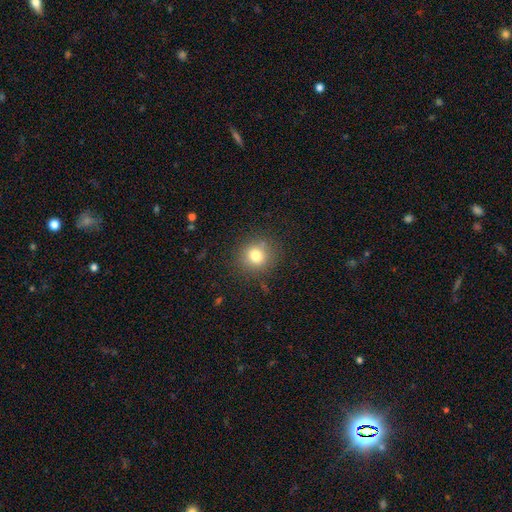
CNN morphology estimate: Smooth or featured?
  - smooth: 78% *
  - star or artifact: 13%
  - featured or disk: 9%
How rounded?
  - round: 88% *
  - in between: 11%
  - cigar-shaped: 1%
Merging?
  - none: 85% *
  - minor disturbance: 10%
  - major disturbance: 4%
  - merger: 2%